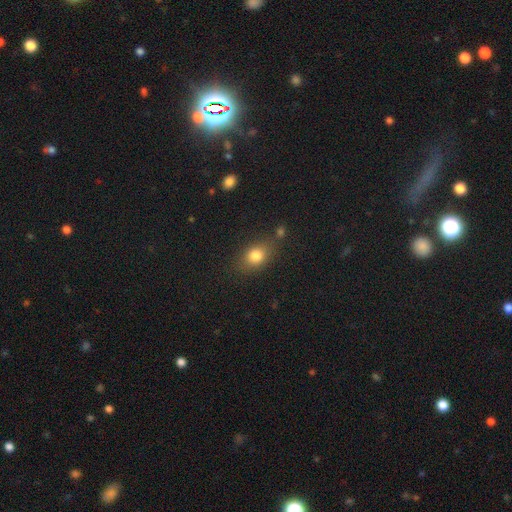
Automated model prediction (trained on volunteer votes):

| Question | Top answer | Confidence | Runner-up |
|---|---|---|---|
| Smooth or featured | smooth | 79% | star or artifact (11%) |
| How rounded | in between | 62% | round (35%) |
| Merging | none | 71% | minor disturbance (16%) |